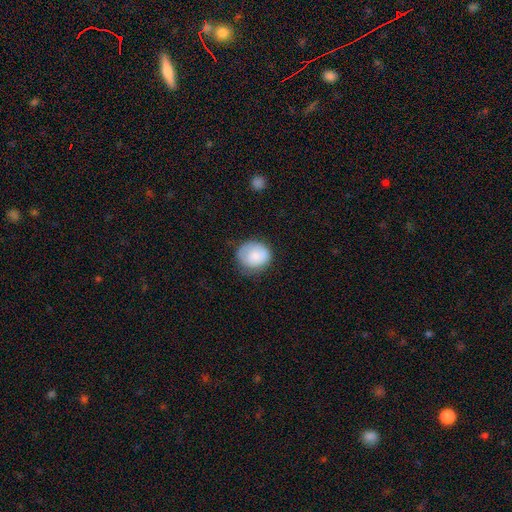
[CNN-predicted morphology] Overall: smooth (80%). How rounded: round (75%). Merging: none (64%; minor disturbance 26%).